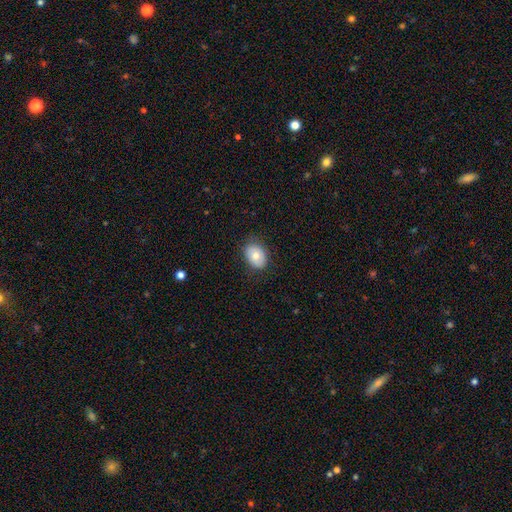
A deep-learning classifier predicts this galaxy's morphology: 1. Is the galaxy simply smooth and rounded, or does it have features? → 75% smooth, 17% featured or disk, 8% star or artifact.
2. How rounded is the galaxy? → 73% in between, 26% round, 1% cigar-shaped.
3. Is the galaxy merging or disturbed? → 82% none, 14% minor disturbance, 3% major disturbance, 1% merger.